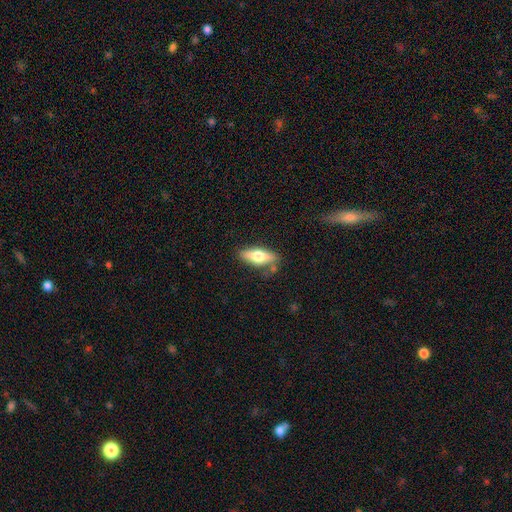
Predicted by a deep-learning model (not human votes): This is likely a smooth galaxy (62%). How rounded: likely in between (70%). Merging: likely none (76%).